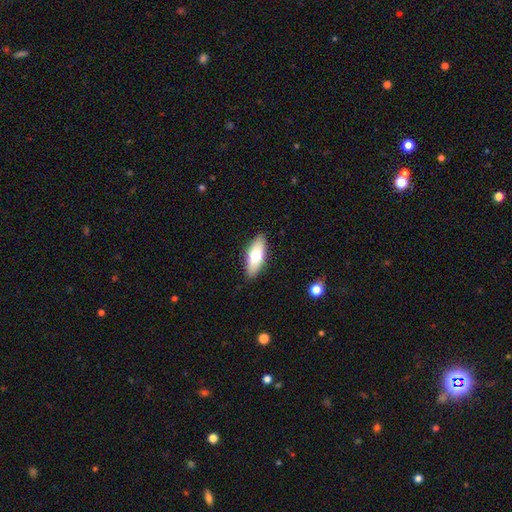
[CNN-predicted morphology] Q: Smooth or featured?
A: smooth (69%); runner-up: featured or disk (25%)
Q: How rounded?
A: in between (73%); runner-up: cigar-shaped (25%)
Q: Merging?
A: none (88%); runner-up: minor disturbance (9%)